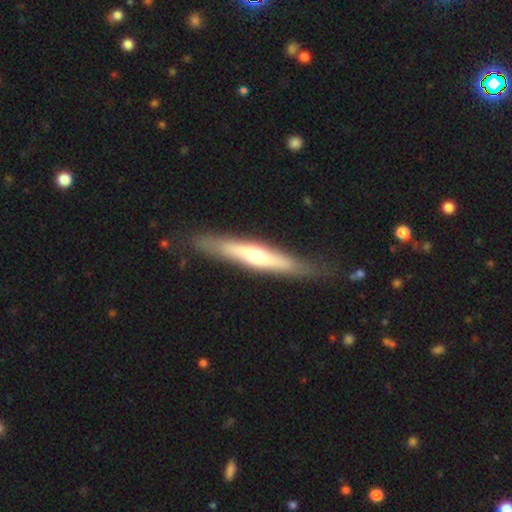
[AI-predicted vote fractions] Smooth or featured: featured or disk — 55% (smooth — 40%)
Edge-on disk: yes — 86% (no — 14%)
Merging: none — 81% (minor disturbance — 14%)